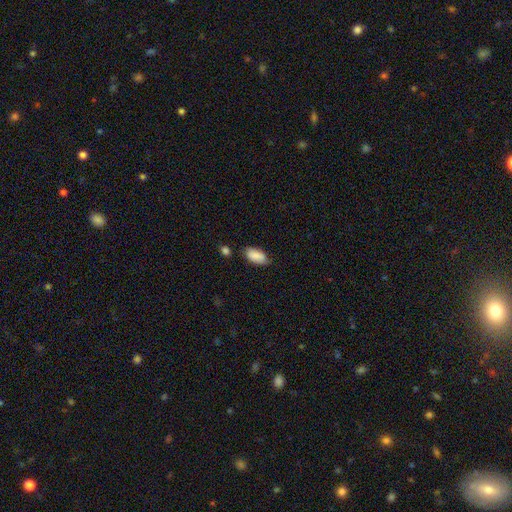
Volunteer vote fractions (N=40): Q: Smooth or featured?
A: smooth (90%); runner-up: featured or disk (8%)
Q: How rounded?
A: in between (89%); runner-up: round (8%)
Q: Merging?
A: none (74%); runner-up: minor disturbance (18%)